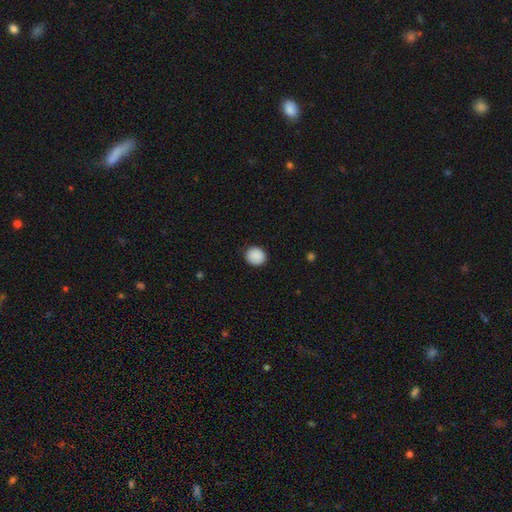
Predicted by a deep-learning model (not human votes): The model was most divided on "how rounded": round: 83%, in between: 16%, cigar-shaped: 1%. More confident: smooth or featured — smooth (90%); merging — none (90%).